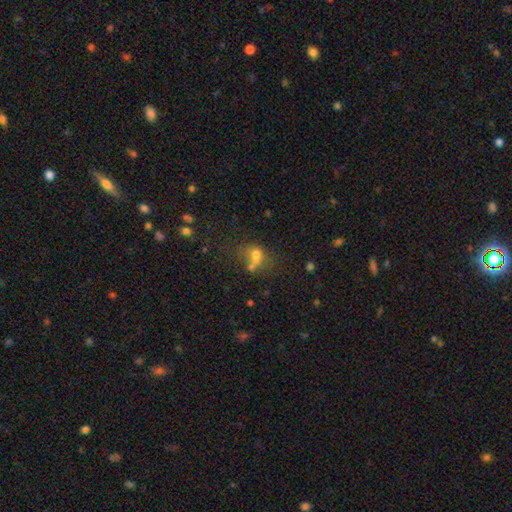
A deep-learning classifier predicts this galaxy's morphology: A smooth galaxy with no disk features (58%) that is round (55%).

Vote fractions:
- Smooth or featured? smooth: 58% / star or artifact: 22% / featured or disk: 20%
- How rounded? round: 55% / in between: 43% / cigar-shaped: 2%
- Merging? merger: 48% / none: 30% / minor disturbance: 11% / major disturbance: 11%